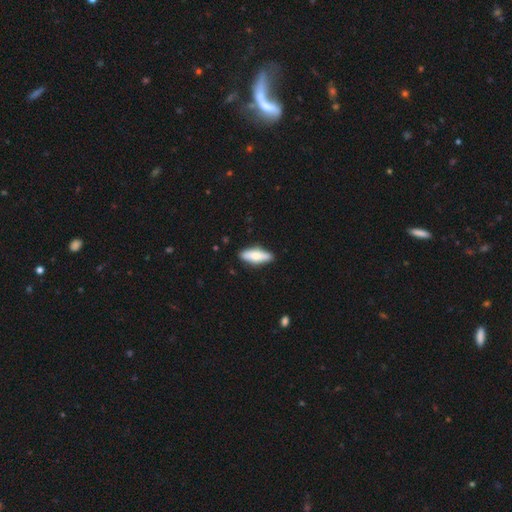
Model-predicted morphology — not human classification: Overall: smooth (69%). How rounded: in between (59%; cigar-shaped 39%). Merging: none (87%).